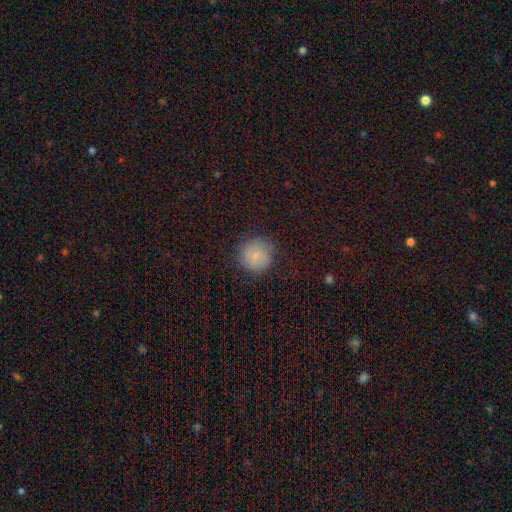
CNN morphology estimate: smooth_or_featured: smooth (p=0.68) [alt: featured or disk p=0.23]
how_rounded: round (p=0.90) [alt: in between p=0.09]
merging: none (p=0.75) [alt: minor disturbance p=0.18]